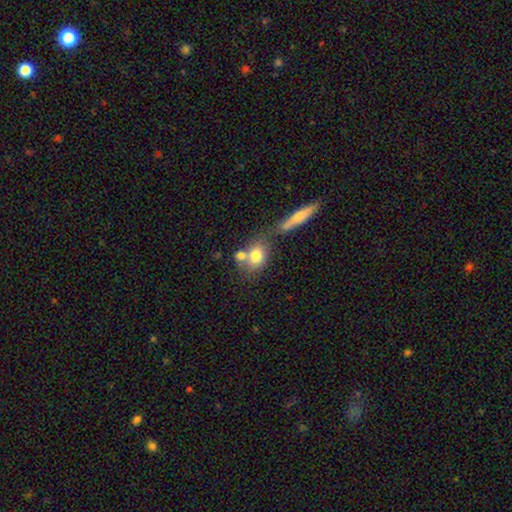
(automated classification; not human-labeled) Q: Smooth or featured?
A: smooth (75%); runner-up: featured or disk (16%)
Q: How rounded?
A: in between (57%); runner-up: round (39%)
Q: Merging?
A: none (44%); runner-up: merger (37%)